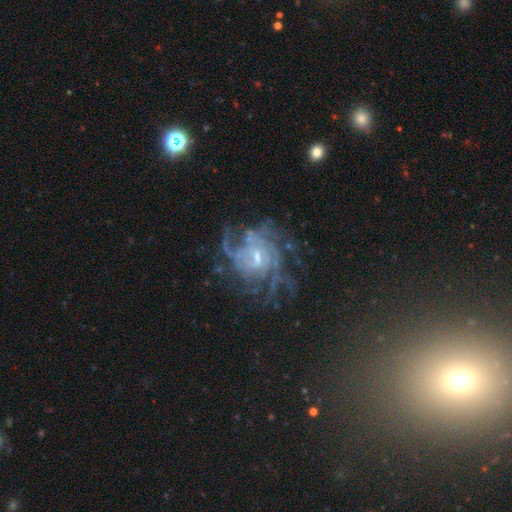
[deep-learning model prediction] A featured or disk galaxy (84%) with a weak bar (51%), tight (56%) spiral arms (95%) and a small central bulge (62%). Merging: none (62%).